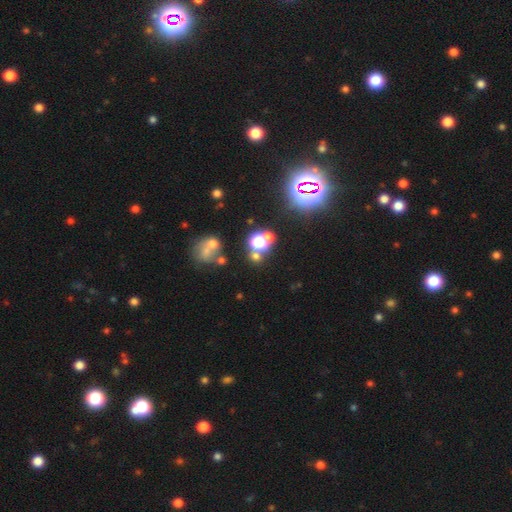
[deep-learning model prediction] Smooth or featured: smooth — 49% (star or artifact — 41%)
Merging: none — 63% (merger — 22%)